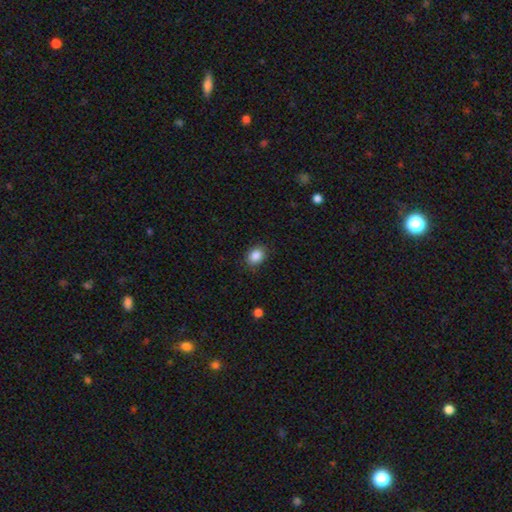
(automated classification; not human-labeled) A smooth galaxy with no disk features (87%) that is in between round and cigar-shaped (63%).

Vote fractions:
- Smooth or featured? smooth: 87% / star or artifact: 9% / featured or disk: 4%
- How rounded? in between: 63% / round: 36% / cigar-shaped: 1%
- Merging? none: 84% / minor disturbance: 12% / major disturbance: 3% / merger: 1%